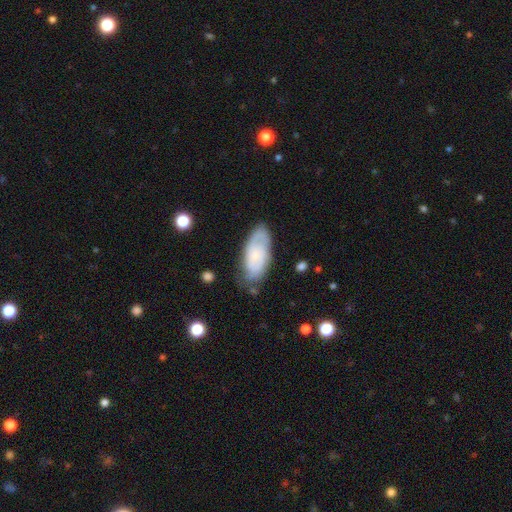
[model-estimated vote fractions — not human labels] featured or disk 52%, smooth 41%, star or artifact 7%. Down the decision tree: edge-on disk — no (92%); merging — none (68%).